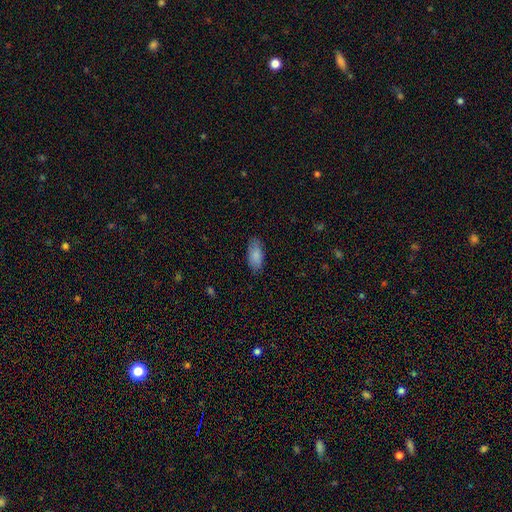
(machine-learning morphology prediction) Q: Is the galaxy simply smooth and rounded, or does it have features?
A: smooth — 85%.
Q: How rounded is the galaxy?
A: in between — 91%.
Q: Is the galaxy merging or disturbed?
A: none — 82%.